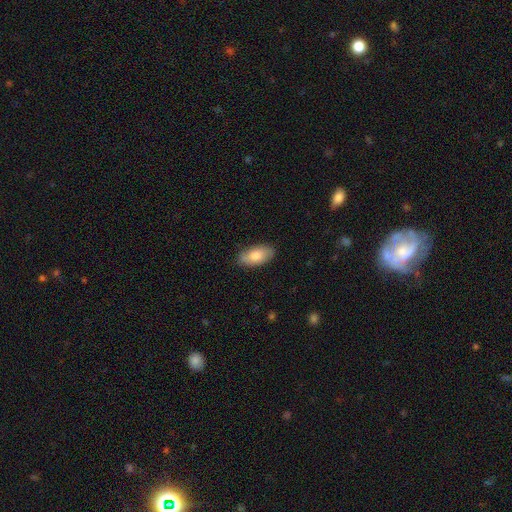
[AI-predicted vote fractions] Q: Smooth or featured?
A: smooth (82%); runner-up: featured or disk (12%)
Q: How rounded?
A: in between (92%); runner-up: cigar-shaped (5%)
Q: Merging?
A: none (84%); runner-up: minor disturbance (12%)